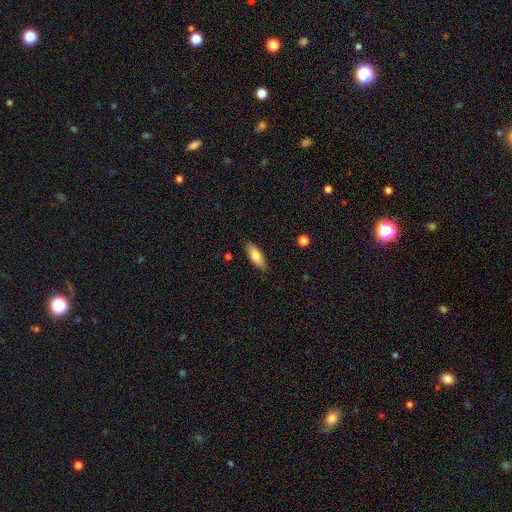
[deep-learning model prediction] smooth-or-featured: smooth: 74% | featured or disk: 20% | star or artifact: 6%
  how-rounded: in between: 62% | cigar-shaped: 35% | round: 2%
  merging: none: 86% | minor disturbance: 11% | major disturbance: 2% | merger: 1%